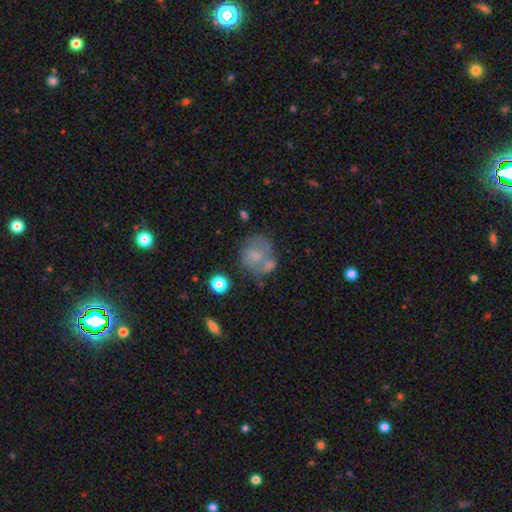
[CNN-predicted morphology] smooth 58%, featured or disk 32%, star or artifact 11%. Down the decision tree: how rounded — round (67%); merging — none (36%).